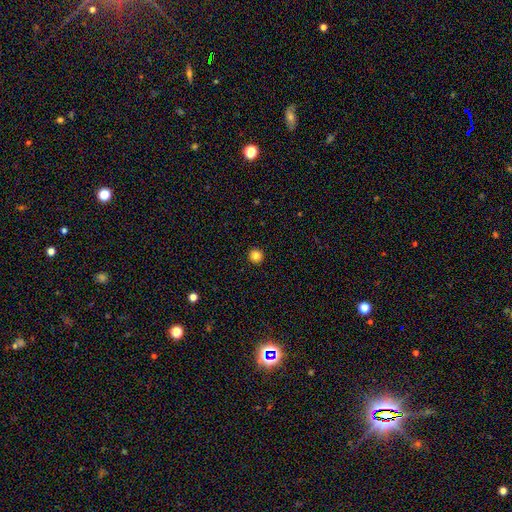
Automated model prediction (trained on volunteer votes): Smooth or featured?
  - smooth: 84% *
  - star or artifact: 11%
  - featured or disk: 5%
How rounded?
  - round: 94% *
  - in between: 5%
  - cigar-shaped: 1%
Merging?
  - none: 94% *
  - minor disturbance: 4%
  - major disturbance: 1%
  - merger: 1%